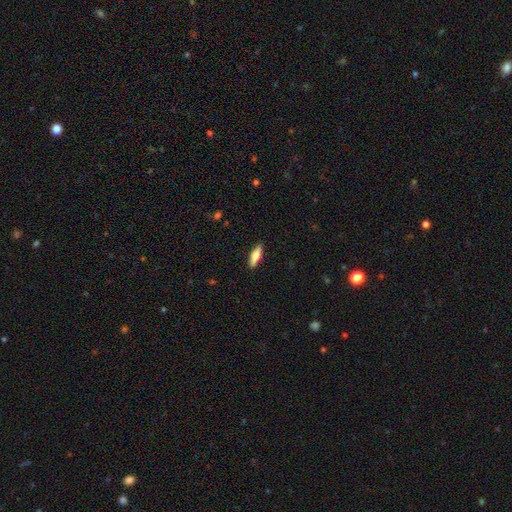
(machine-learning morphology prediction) This is possibly a smooth galaxy (57%). How rounded: possibly cigar-shaped (53%). Merging: clearly none (90%).